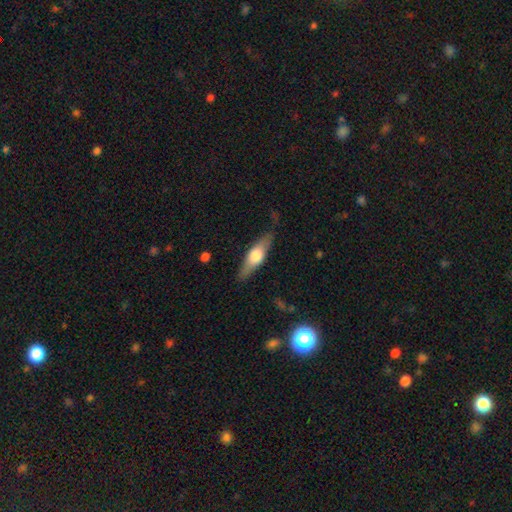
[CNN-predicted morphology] featured or disk 50%, smooth 44%, star or artifact 6%. Down the decision tree: edge-on disk — yes (90%); merging — none (80%).